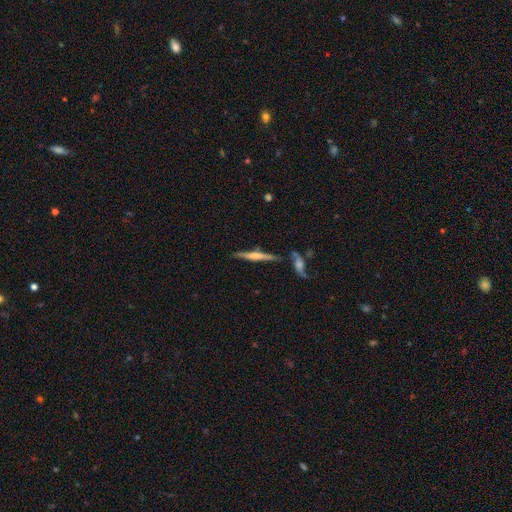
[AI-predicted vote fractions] A featured or disk galaxy (60%) viewed edge-on (95%) with a rounded central bulge (52%). Merging: none (75%).